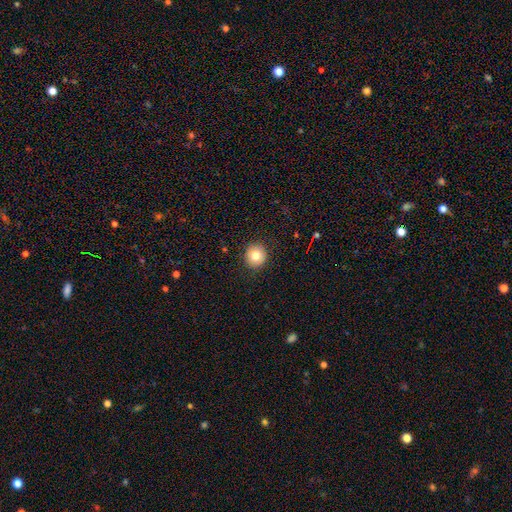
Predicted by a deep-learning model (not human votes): Q: Smooth or featured?
A: smooth (80%); runner-up: star or artifact (10%)
Q: How rounded?
A: round (92%); runner-up: in between (7%)
Q: Merging?
A: none (91%); runner-up: minor disturbance (6%)